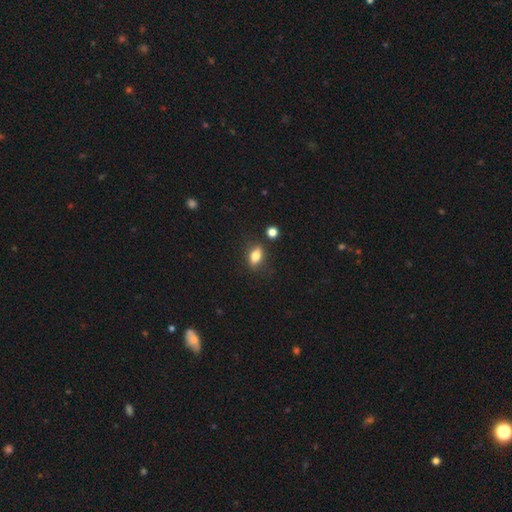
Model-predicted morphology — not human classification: smooth-or-featured: smooth: 75% | featured or disk: 16% | star or artifact: 9%
  how-rounded: in between: 77% | round: 13% | cigar-shaped: 10%
  merging: none: 78% | minor disturbance: 14% | merger: 4% | major disturbance: 4%